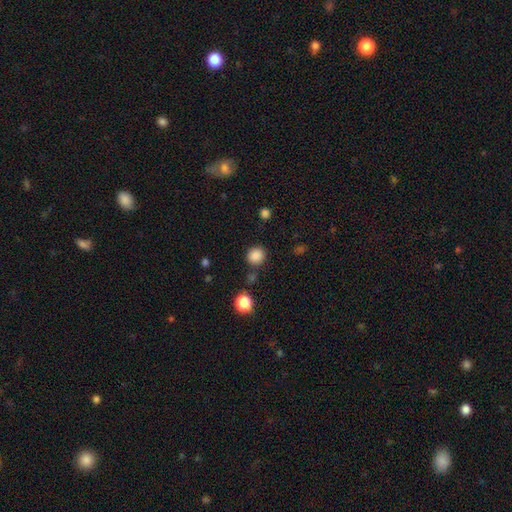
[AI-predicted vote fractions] The model was most divided on "how rounded": round: 82%, in between: 17%, cigar-shaped: 1%. More confident: smooth or featured — smooth (85%); merging — none (82%).